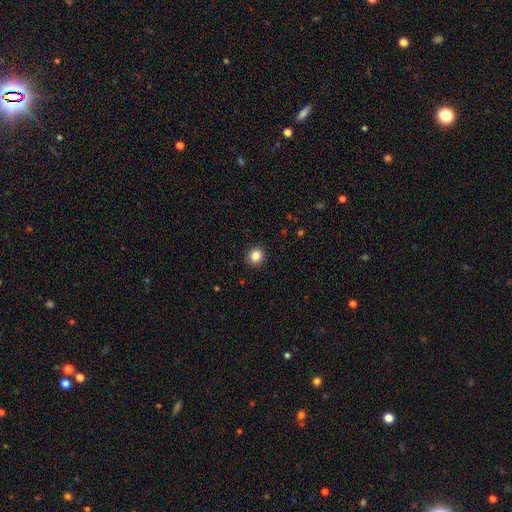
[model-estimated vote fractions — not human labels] smooth_or_featured: smooth (p=0.85) [alt: star or artifact p=0.10]
how_rounded: round (p=0.88) [alt: in between p=0.11]
merging: none (p=0.92) [alt: minor disturbance p=0.05]